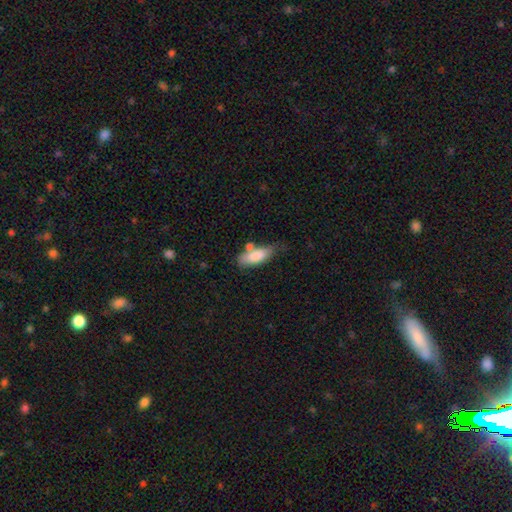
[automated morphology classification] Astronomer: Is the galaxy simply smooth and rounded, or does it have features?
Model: smooth — 81%.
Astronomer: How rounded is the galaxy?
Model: in between — 72%.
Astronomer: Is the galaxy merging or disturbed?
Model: none — 48% (runner-up: minor disturbance, 27%).